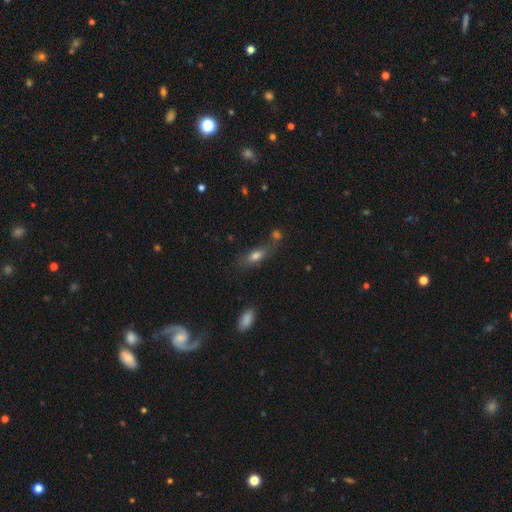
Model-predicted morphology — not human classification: Smooth or featured?
  - smooth: 73% *
  - featured or disk: 18%
  - star or artifact: 10%
How rounded?
  - in between: 65% *
  - cigar-shaped: 30%
  - round: 5%
Merging?
  - none: 60% *
  - minor disturbance: 18%
  - merger: 15%
  - major disturbance: 7%